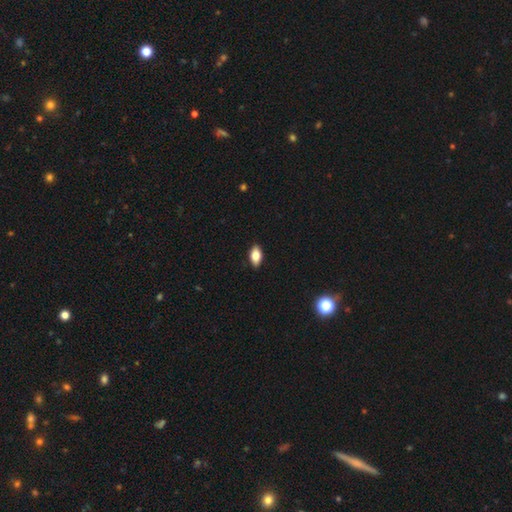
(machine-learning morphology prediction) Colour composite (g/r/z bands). It shows a smooth galaxy with no disk features (79%) that is in between round and cigar-shaped (90%). Merging: none (89%).